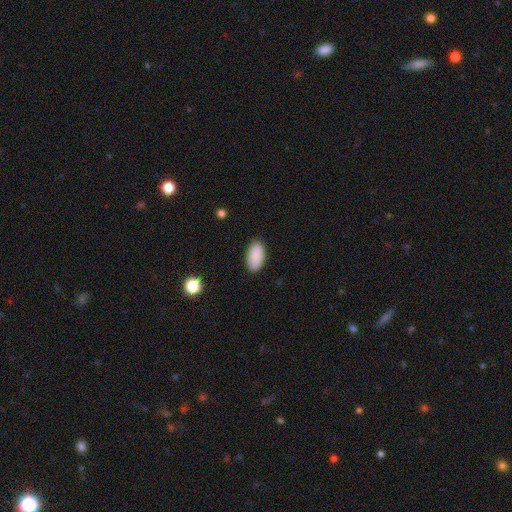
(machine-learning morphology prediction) Smooth or featured: smooth — 90% (star or artifact — 7%)
How rounded: in between — 95% (round — 3%)
Merging: none — 88% (minor disturbance — 9%)